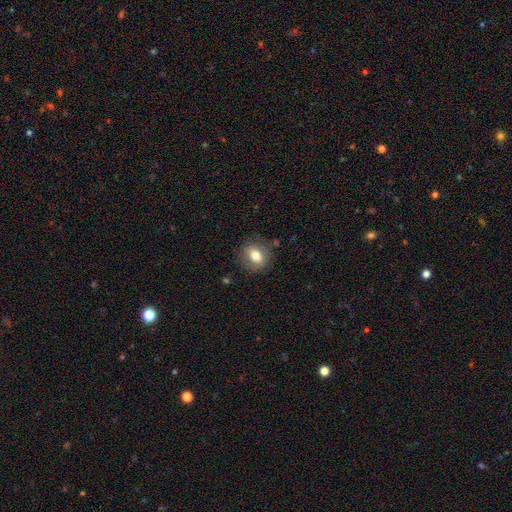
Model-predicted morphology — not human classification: Smooth or featured? Predicted: smooth (p=0.76). How rounded? Predicted: round (p=0.65). Merging? Predicted: none (p=0.83).